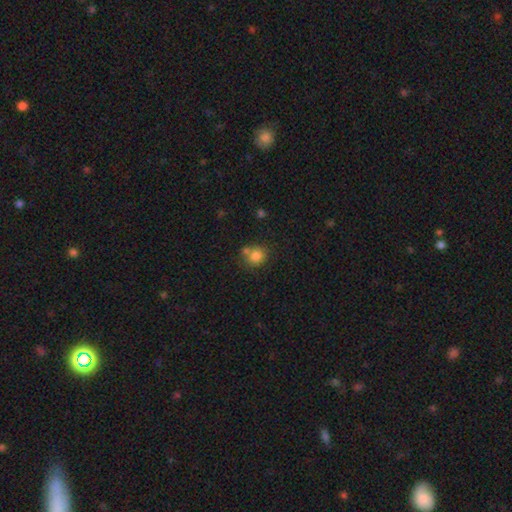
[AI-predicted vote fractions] smooth-or-featured: smooth: 81% | star or artifact: 11% | featured or disk: 8%
  how-rounded: round: 78% | in between: 21% | cigar-shaped: 1%
  merging: none: 58% | merger: 24% | minor disturbance: 13% | major disturbance: 4%